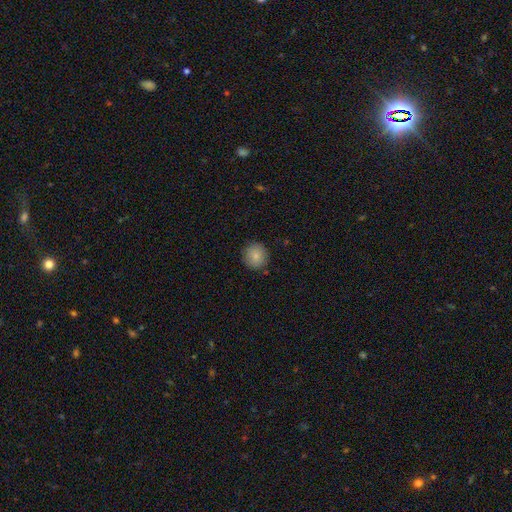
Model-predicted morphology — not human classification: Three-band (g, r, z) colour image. It shows a smooth galaxy with no disk features (84%) that is round (93%). Merging: none (88%).